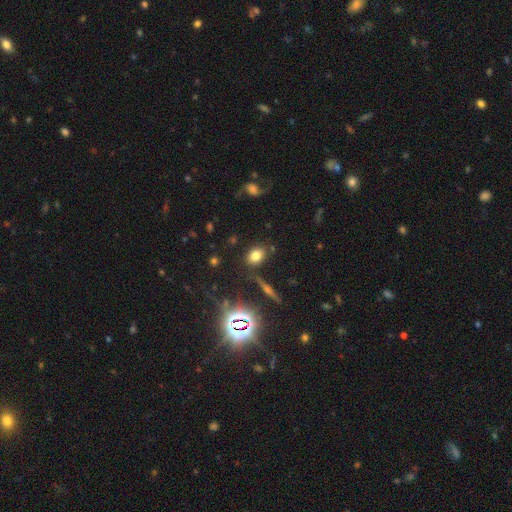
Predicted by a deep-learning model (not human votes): Smooth or featured: smooth — 73% (star or artifact — 18%)
How rounded: in between — 62% (round — 36%)
Merging: none — 81% (minor disturbance — 11%)